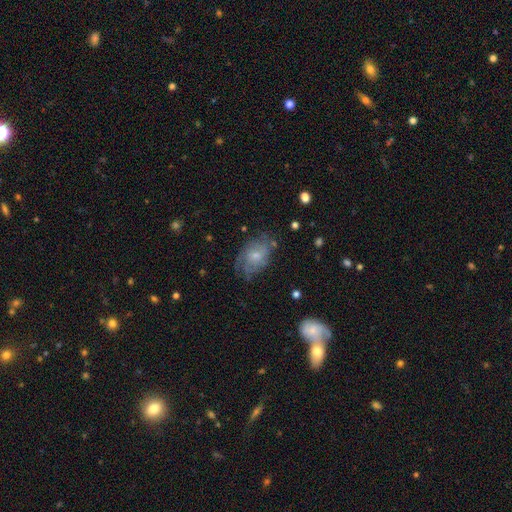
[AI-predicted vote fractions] Overall: featured or disk (50%; smooth 42%). Merging: none (53%; minor disturbance 28%).